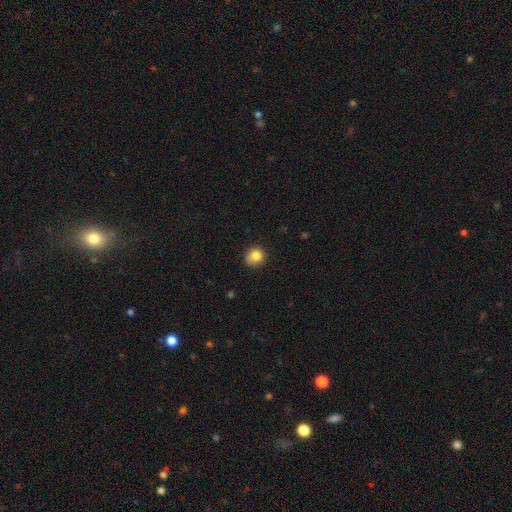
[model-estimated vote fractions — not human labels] Smooth or featured? smooth (83%)
How rounded? round (79%)
Merging? none (78%)